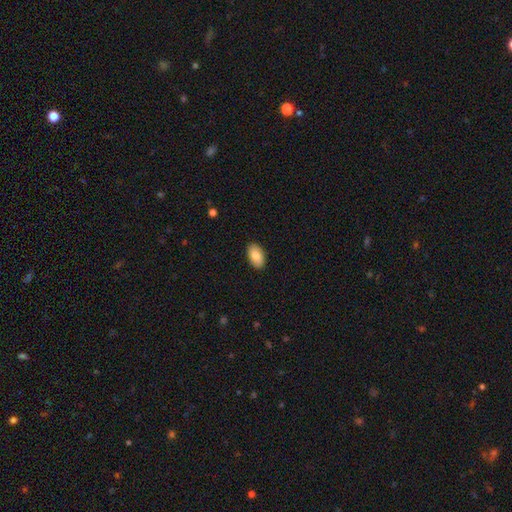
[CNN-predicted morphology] The model was most divided on "smooth or featured": smooth: 83%, featured or disk: 10%, star or artifact: 6%. More confident: how rounded — in between (94%); merging — none (89%).